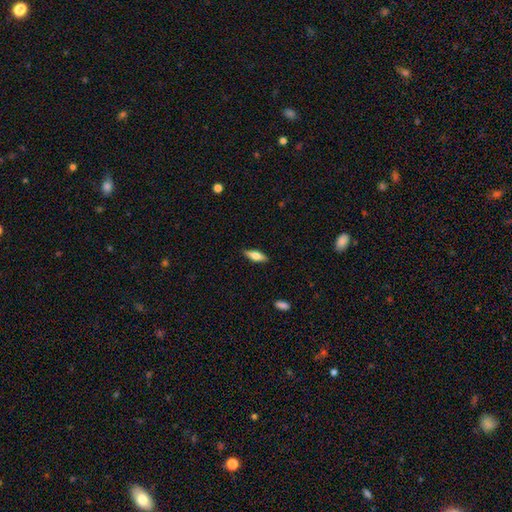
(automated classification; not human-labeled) Smooth or featured?
  - smooth: 60% *
  - featured or disk: 34%
  - star or artifact: 6%
How rounded?
  - in between: 59% *
  - cigar-shaped: 39%
  - round: 3%
Merging?
  - none: 87% *
  - minor disturbance: 10%
  - major disturbance: 2%
  - merger: 1%